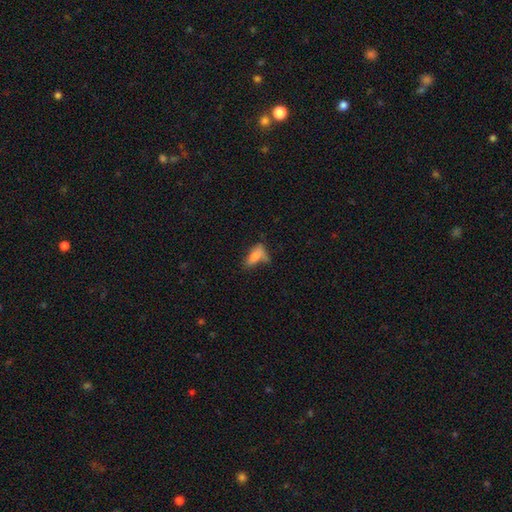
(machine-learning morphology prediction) Q: Smooth or featured?
A: smooth (75%); runner-up: featured or disk (15%)
Q: How rounded?
A: in between (73%); runner-up: cigar-shaped (24%)
Q: Merging?
A: none (35%); runner-up: minor disturbance (28%)